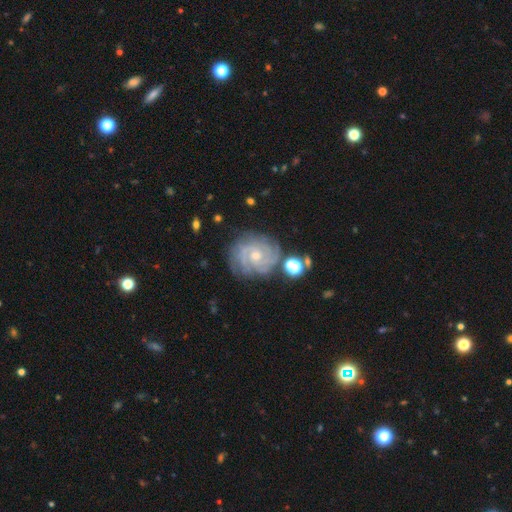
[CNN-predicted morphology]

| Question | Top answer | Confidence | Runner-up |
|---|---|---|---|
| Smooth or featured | featured or disk | 85% | smooth (8%) |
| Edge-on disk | no | 98% | yes (2%) |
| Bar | no | 72% | weak (23%) |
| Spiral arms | yes | 97% | no (3%) |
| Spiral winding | tight | 72% | medium (23%) |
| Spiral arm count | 3 | 28% | can't tell (25%) |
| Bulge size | small | 52% | moderate (44%) |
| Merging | none | 74% | minor disturbance (16%) |